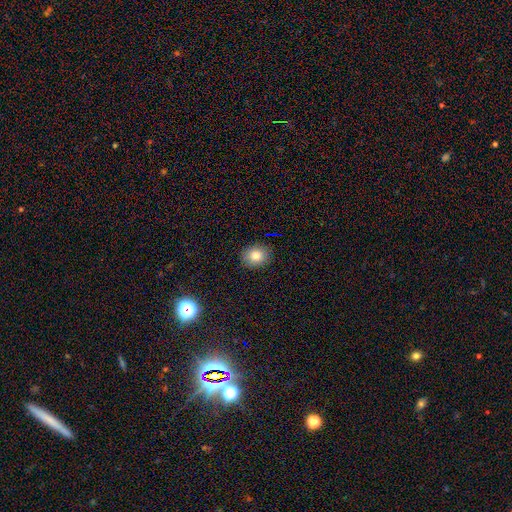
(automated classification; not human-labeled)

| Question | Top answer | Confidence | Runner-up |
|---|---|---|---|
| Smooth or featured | smooth | 81% | star or artifact (11%) |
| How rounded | round | 57% | in between (42%) |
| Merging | none | 88% | minor disturbance (9%) |